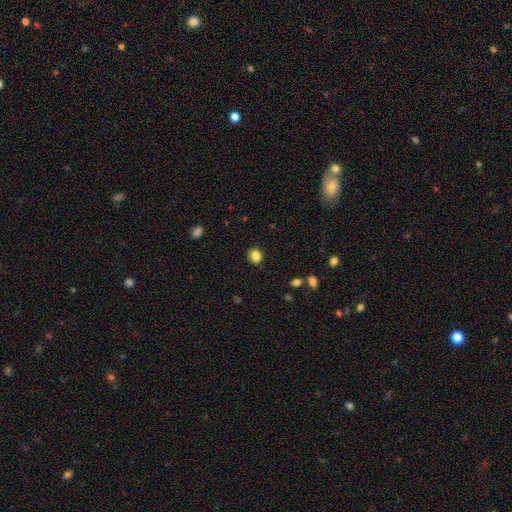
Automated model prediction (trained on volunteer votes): Smooth or featured?
  - smooth: 85% *
  - star or artifact: 10%
  - featured or disk: 5%
How rounded?
  - round: 72% *
  - in between: 27%
  - cigar-shaped: 1%
Merging?
  - none: 89% *
  - minor disturbance: 7%
  - major disturbance: 2%
  - merger: 1%